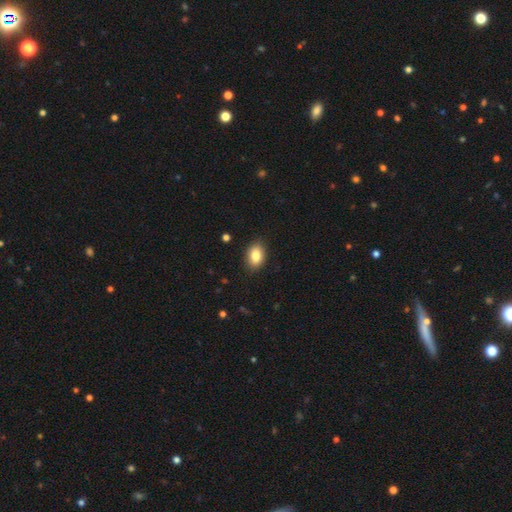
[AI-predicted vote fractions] Overall: smooth (85%). How rounded: in between (87%). Merging: none (87%).